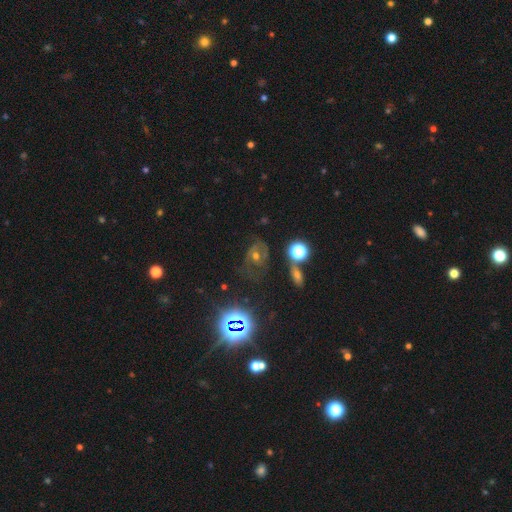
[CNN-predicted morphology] This appears to be a featured or disk galaxy (43%). Merging: none (55%).